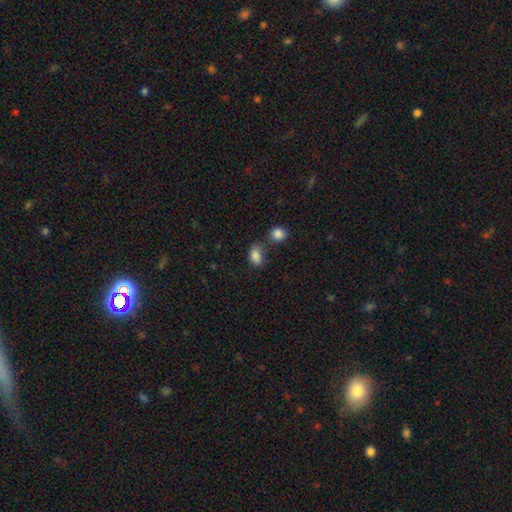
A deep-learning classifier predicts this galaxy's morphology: The model was most divided on "merging": none: 50%, merger: 23%, minor disturbance: 19%, major disturbance: 8%. More confident: smooth or featured — smooth (84%); how rounded — in between (78%).